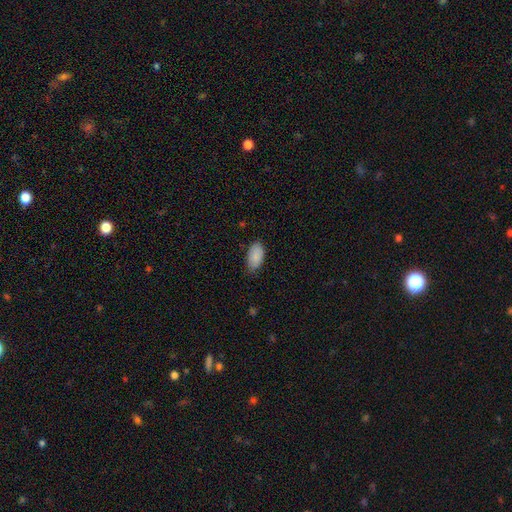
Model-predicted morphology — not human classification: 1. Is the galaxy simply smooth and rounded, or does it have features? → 88% smooth, 6% star or artifact, 5% featured or disk.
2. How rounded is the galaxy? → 95% in between, 3% round, 2% cigar-shaped.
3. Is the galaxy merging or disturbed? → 76% none, 20% minor disturbance, 3% major disturbance, 1% merger.